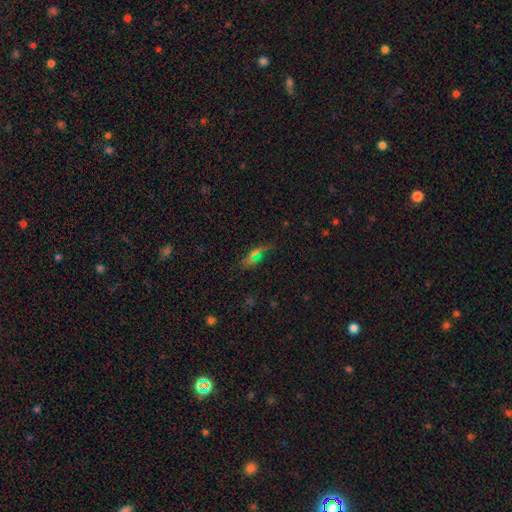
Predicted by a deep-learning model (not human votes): Smooth or featured? Predicted: smooth (p=0.47). Merging? Predicted: none (p=0.63).